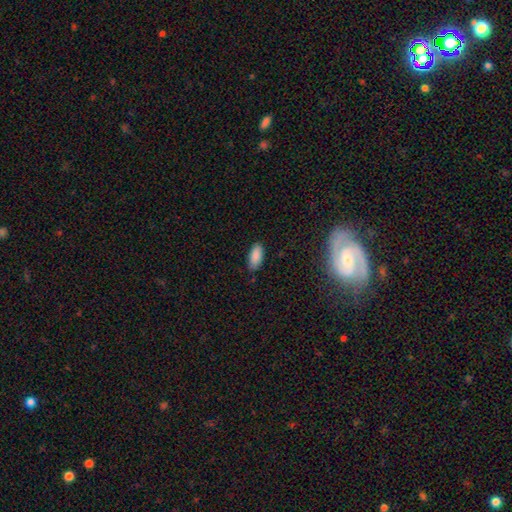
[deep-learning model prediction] Morphology: type=smooth (87%); roundness=in between (89%); merging=none (81%).